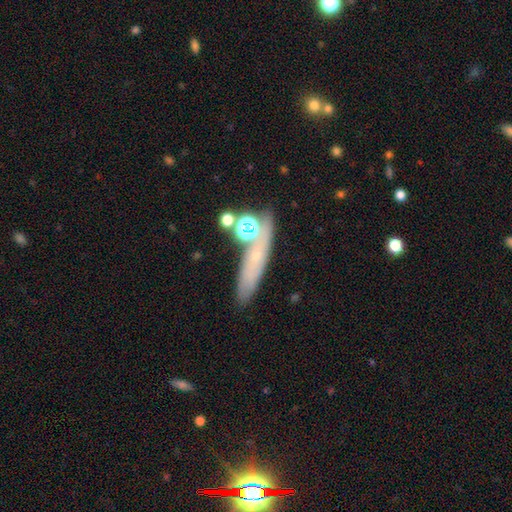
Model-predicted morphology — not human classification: Smooth or featured? Predicted: featured or disk (p=0.42). Merging? Predicted: none (p=0.64).